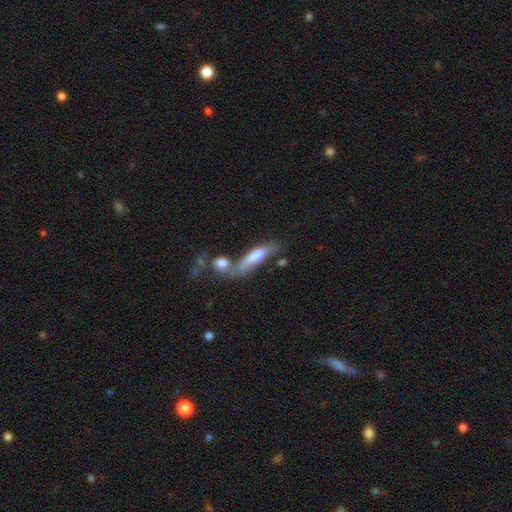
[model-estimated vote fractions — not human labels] The model was most divided on "merging": merger: 37%, none: 34%, minor disturbance: 16%, major disturbance: 12%. More confident: how rounded — cigar-shaped (67%); smooth or featured — smooth (56%).